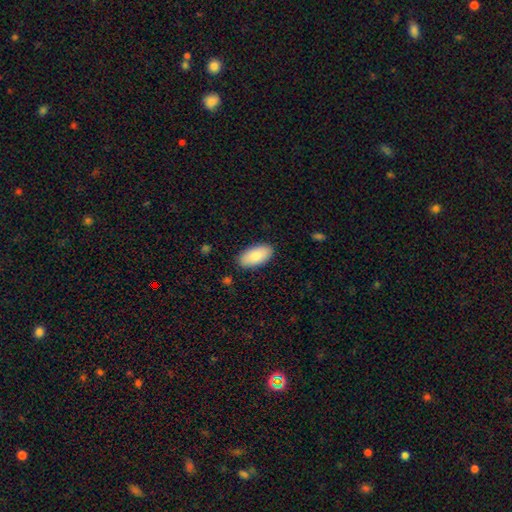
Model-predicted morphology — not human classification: smooth_or_featured: smooth (p=0.88) [alt: featured or disk p=0.07]
how_rounded: in between (p=0.95) [alt: cigar-shaped p=0.03]
merging: none (p=0.87) [alt: minor disturbance p=0.10]